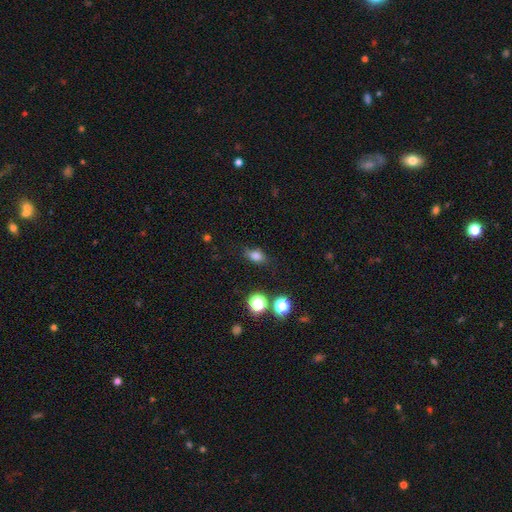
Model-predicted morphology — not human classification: A smooth galaxy with no disk features (77%) that is in between round and cigar-shaped (74%).

Vote fractions:
- Smooth or featured? smooth: 77% / star or artifact: 14% / featured or disk: 9%
- How rounded? in between: 74% / round: 20% / cigar-shaped: 5%
- Merging? none: 76% / minor disturbance: 17% / major disturbance: 4% / merger: 2%